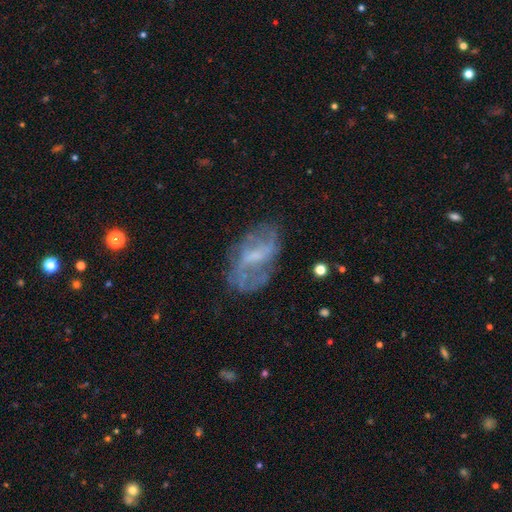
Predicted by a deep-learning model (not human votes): Smooth or featured?
  - featured or disk: 69% *
  - smooth: 21%
  - star or artifact: 10%
Edge-on disk?
  - no: 95% *
  - yes: 5%
Bar?
  - weak: 51% *
  - no: 30%
  - strong: 19%
Spiral arms?
  - yes: 72% *
  - no: 28%
Bulge size?
  - small: 49% *
  - moderate: 25%
  - none: 23%
  - large: 2%
  - dominant: 1%
Merging?
  - none: 61% *
  - minor disturbance: 21%
  - major disturbance: 15%
  - merger: 3%